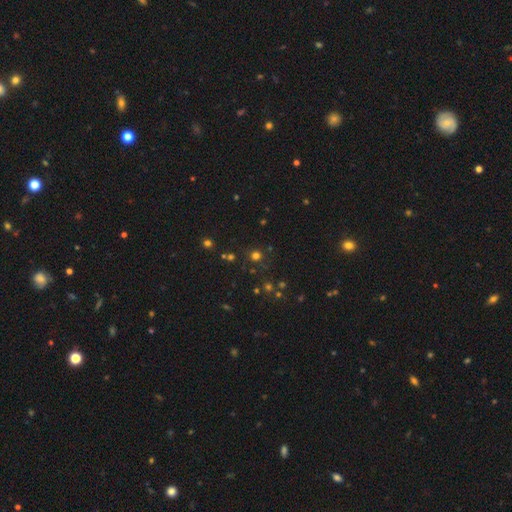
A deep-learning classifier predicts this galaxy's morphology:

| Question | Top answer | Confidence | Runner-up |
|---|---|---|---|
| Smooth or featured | smooth | 64% | star or artifact (30%) |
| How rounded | round | 92% | in between (7%) |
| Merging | none | 84% | minor disturbance (8%) |